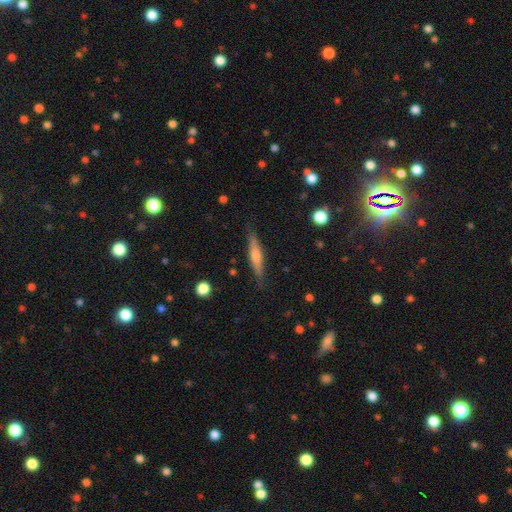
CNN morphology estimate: smooth_or_featured: featured or disk (p=0.51) [alt: smooth p=0.43]
disk_edge_on: yes (p=0.94) [alt: no p=0.06]
merging: none (p=0.86) [alt: minor disturbance p=0.11]